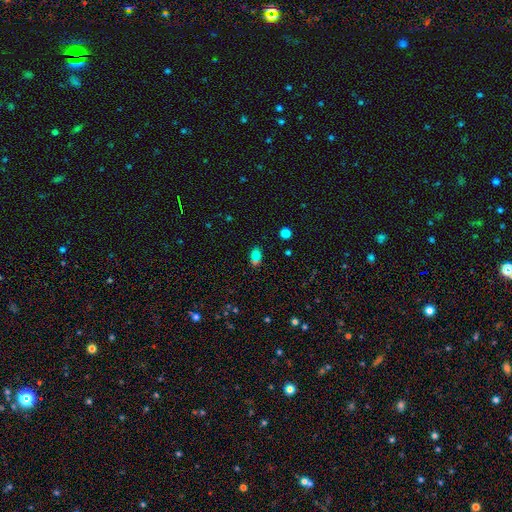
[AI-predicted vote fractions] This appears to be a smooth galaxy with no disk features (69%) that is in between round and cigar-shaped (63%). Merging: none (57%).